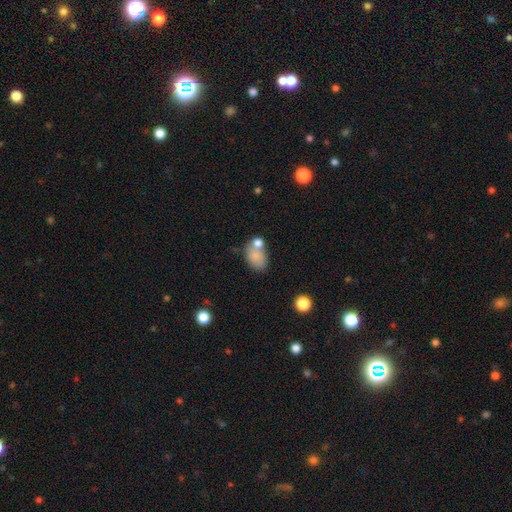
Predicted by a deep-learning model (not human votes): smooth_or_featured: smooth (p=0.78) [alt: featured or disk p=0.12]
how_rounded: in between (p=0.82) [alt: round p=0.16]
merging: none (p=0.47) [alt: merger p=0.27]